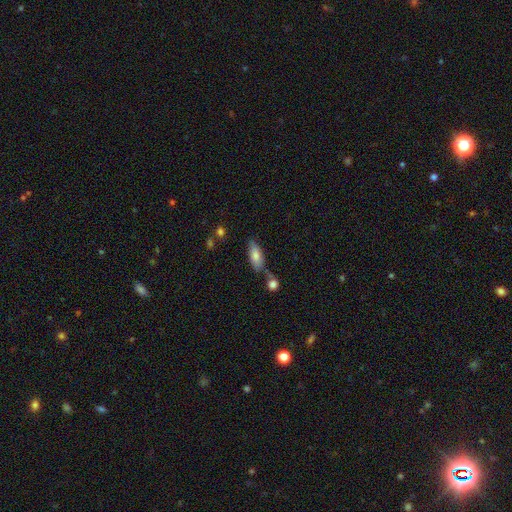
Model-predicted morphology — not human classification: smooth 75%, featured or disk 18%, star or artifact 7%. Down the decision tree: how rounded — in between (75%); merging — none (61%).